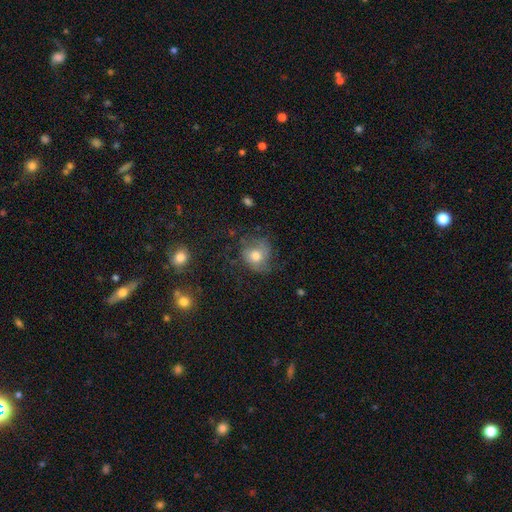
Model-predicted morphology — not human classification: smooth_or_featured: smooth (p=0.56) [alt: featured or disk p=0.33]
how_rounded: round (p=0.70) [alt: in between p=0.29]
merging: none (p=0.50) [alt: minor disturbance p=0.25]